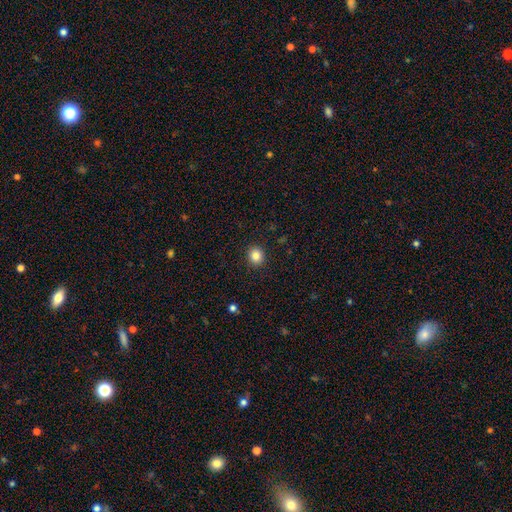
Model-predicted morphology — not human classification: This is clearly a smooth galaxy (84%). How rounded: clearly round (83%). Merging: clearly none (92%).